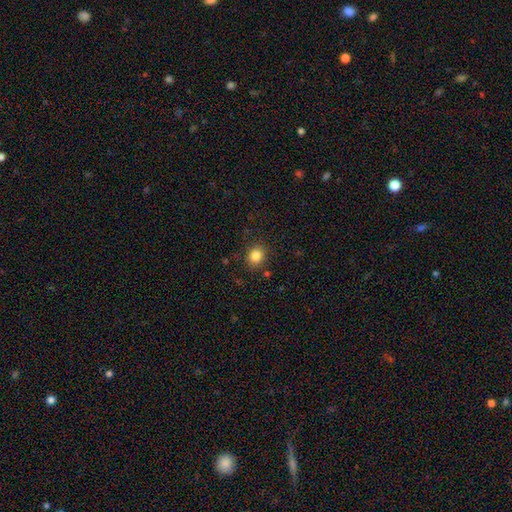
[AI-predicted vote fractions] Overall: smooth (84%). How rounded: round (72%). Merging: none (86%).